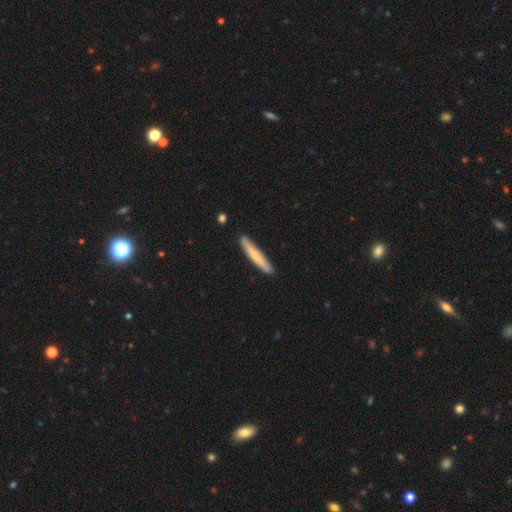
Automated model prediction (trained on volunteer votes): This appears to be a smooth galaxy with no disk features (69%) that is cigar-shaped (95%). Merging: none (87%).